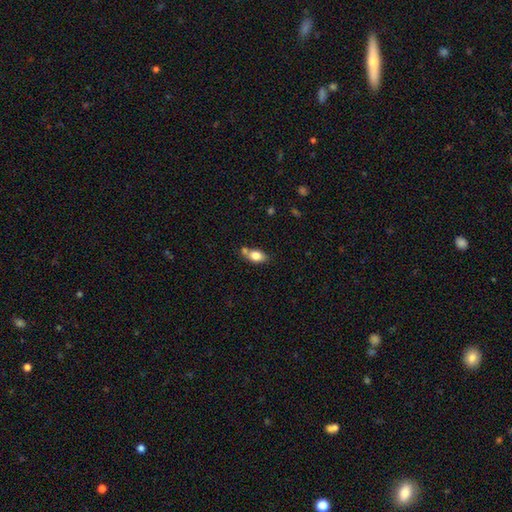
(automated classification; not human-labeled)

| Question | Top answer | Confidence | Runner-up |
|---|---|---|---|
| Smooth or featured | smooth | 78% | featured or disk (14%) |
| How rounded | in between | 84% | round (11%) |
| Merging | none | 54% | merger (26%) |